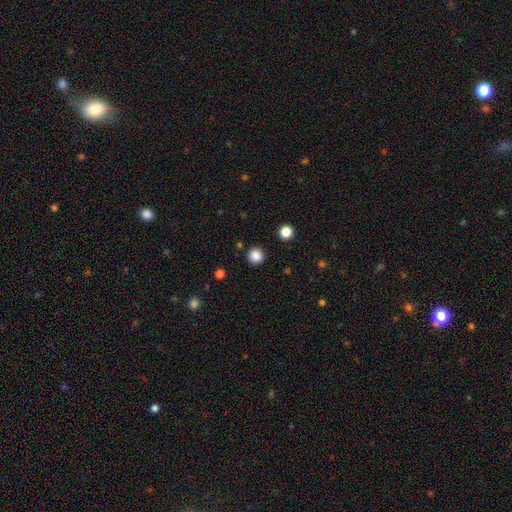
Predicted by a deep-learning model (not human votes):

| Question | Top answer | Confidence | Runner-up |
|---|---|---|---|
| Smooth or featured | smooth | 86% | star or artifact (11%) |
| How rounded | round | 94% | in between (5%) |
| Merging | none | 91% | minor disturbance (6%) |